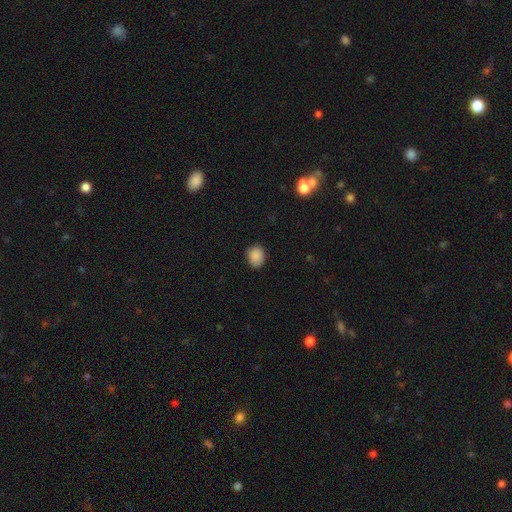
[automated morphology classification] A smooth galaxy with no disk features (88%) that is round (57%). Merging: none (83%).